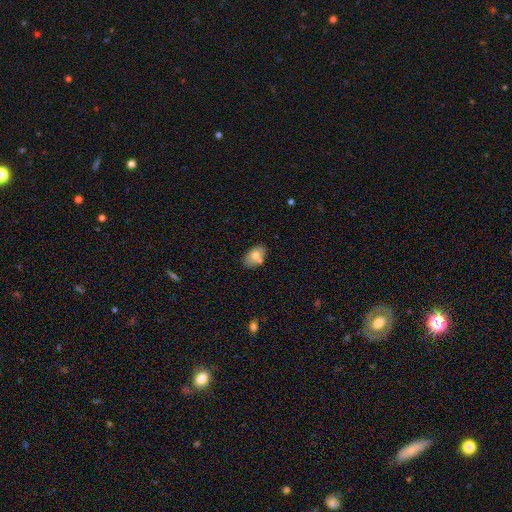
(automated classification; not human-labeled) A smooth galaxy with no disk features (72%) that is in between round and cigar-shaped (87%). Merging: none (67%).